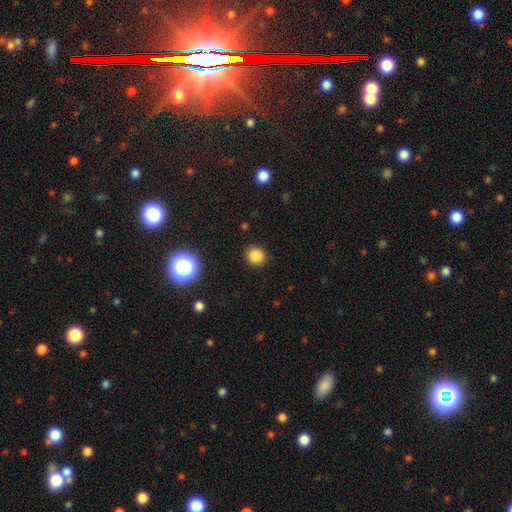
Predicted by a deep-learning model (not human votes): Q: Smooth or featured?
A: smooth (83%); runner-up: star or artifact (13%)
Q: How rounded?
A: round (89%); runner-up: in between (10%)
Q: Merging?
A: none (91%); runner-up: minor disturbance (6%)